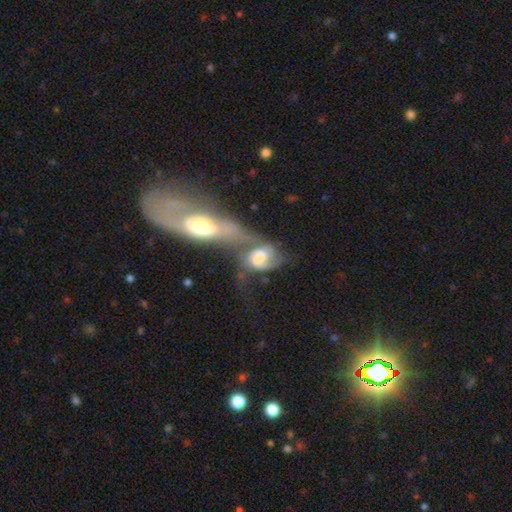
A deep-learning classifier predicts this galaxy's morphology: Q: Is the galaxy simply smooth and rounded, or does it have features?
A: featured or disk — 73%.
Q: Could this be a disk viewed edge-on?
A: no — 95%.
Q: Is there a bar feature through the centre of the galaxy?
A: no — 47%.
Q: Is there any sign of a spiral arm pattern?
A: yes — 88%.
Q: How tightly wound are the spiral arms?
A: medium — 43%.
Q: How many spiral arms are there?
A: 2 — 78%.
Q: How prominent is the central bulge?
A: moderate — 49%.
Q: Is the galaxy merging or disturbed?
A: merger — 66%.